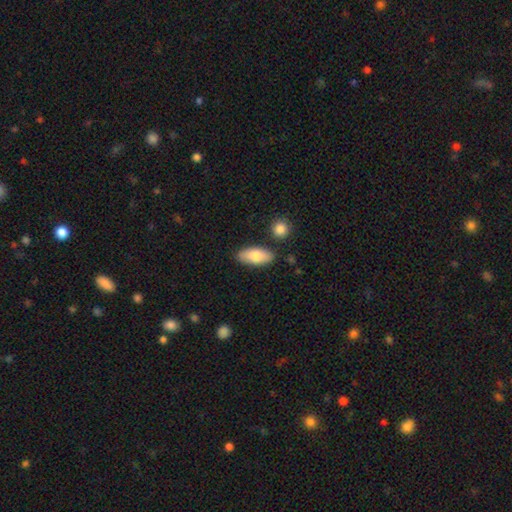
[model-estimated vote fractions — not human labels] Smooth or featured?
  - smooth: 78% *
  - featured or disk: 17%
  - star or artifact: 6%
How rounded?
  - in between: 88% *
  - cigar-shaped: 10%
  - round: 3%
Merging?
  - none: 83% *
  - minor disturbance: 10%
  - merger: 4%
  - major disturbance: 2%